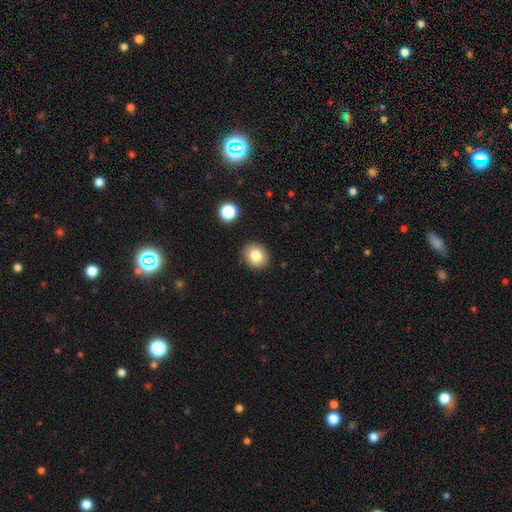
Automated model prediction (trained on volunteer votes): Overall: smooth (82%). How rounded: round (75%). Merging: none (89%).